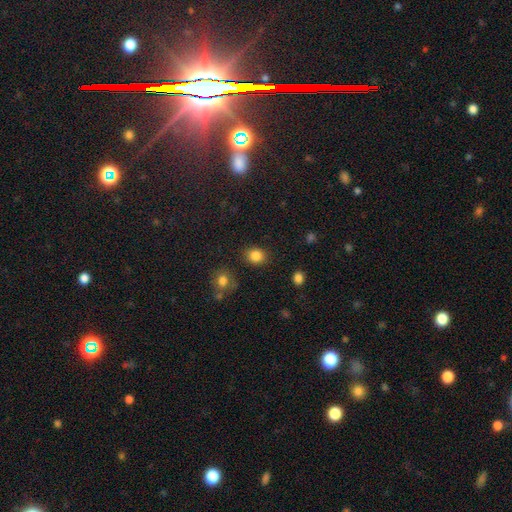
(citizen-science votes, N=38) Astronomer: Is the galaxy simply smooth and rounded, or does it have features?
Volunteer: smooth — 95%.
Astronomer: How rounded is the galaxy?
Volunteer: round — 58% (runner-up: in between, 42%).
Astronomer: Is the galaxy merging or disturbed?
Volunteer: none — 81%.